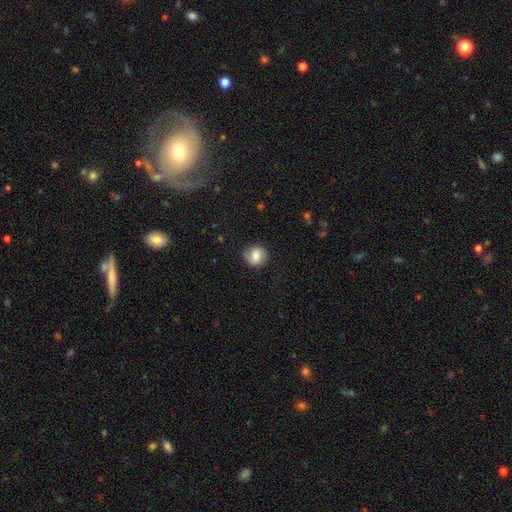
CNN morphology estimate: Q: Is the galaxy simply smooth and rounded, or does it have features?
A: smooth — 63%.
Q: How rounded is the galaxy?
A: round — 82%.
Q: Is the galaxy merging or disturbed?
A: none — 81%.